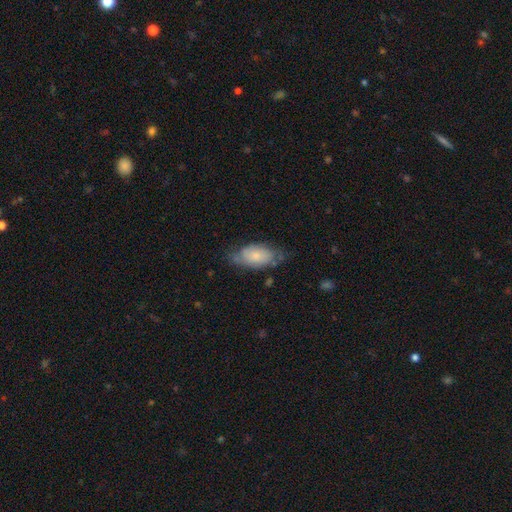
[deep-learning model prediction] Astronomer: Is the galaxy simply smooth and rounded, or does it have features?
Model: smooth — 61%.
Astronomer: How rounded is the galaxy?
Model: in between — 92%.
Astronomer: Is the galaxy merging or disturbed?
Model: none — 57%.